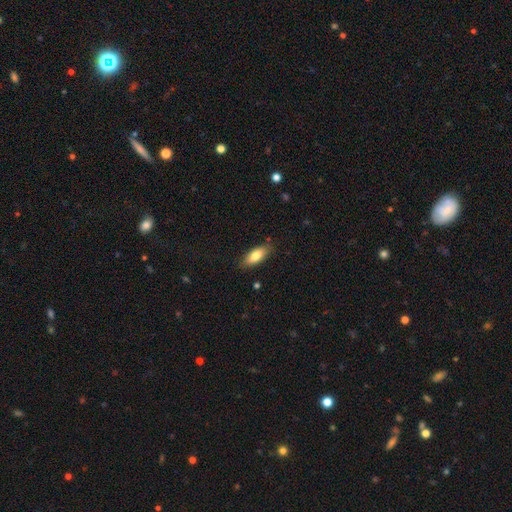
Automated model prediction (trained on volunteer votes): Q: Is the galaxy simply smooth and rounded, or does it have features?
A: smooth — 79%.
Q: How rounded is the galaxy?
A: in between — 80%.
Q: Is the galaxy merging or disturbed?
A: none — 83%.